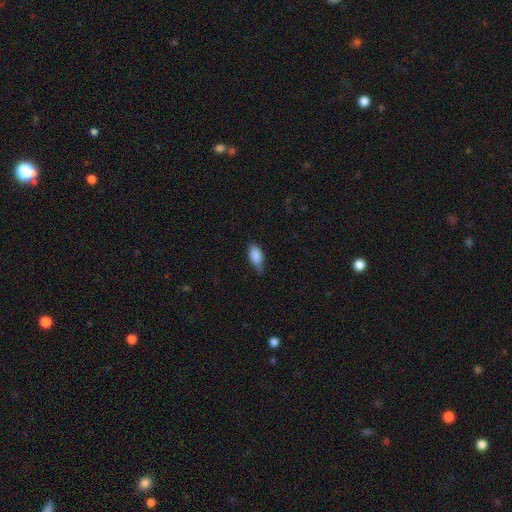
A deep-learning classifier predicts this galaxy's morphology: The model was most divided on "merging": none: 66%, minor disturbance: 28%, major disturbance: 5%, merger: 1%. More confident: how rounded — in between (90%); smooth or featured — smooth (87%).